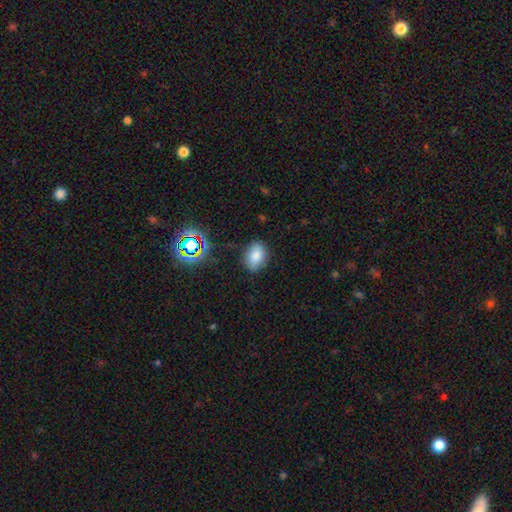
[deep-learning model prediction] Q: Smooth or featured?
A: smooth (80%); runner-up: star or artifact (12%)
Q: How rounded?
A: in between (80%); runner-up: round (19%)
Q: Merging?
A: none (80%); runner-up: minor disturbance (15%)